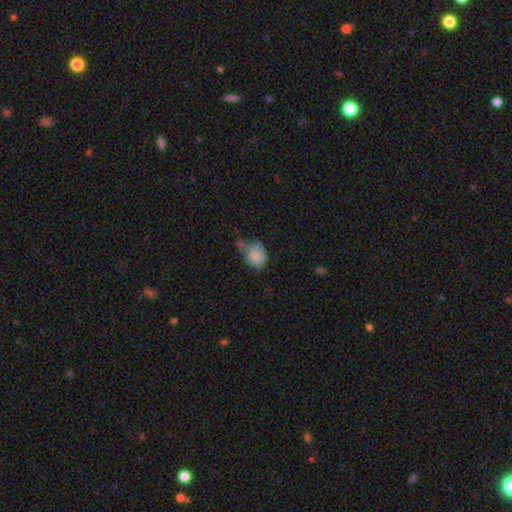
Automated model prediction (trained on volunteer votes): A smooth galaxy with no disk features (80%) that is in between round and cigar-shaped (57%). Merging: minor disturbance (36%).